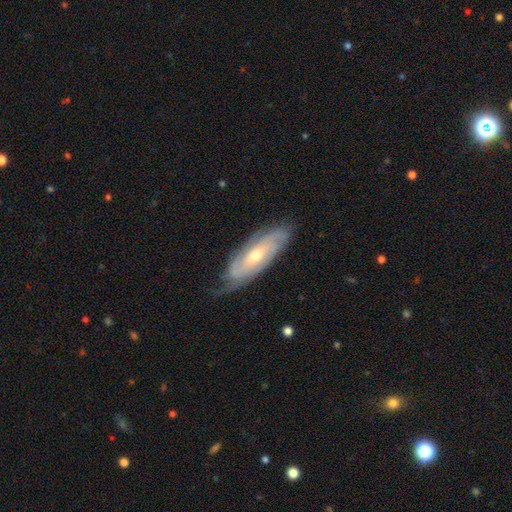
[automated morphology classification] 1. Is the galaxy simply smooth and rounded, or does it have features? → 80% featured or disk, 15% smooth, 5% star or artifact.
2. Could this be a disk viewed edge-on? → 85% no, 15% yes.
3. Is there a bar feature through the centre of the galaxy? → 62% no, 29% weak, 9% strong.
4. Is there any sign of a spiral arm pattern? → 94% yes, 6% no.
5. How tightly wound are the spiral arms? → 65% tight, 27% medium, 8% loose.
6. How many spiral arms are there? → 38% can't tell, 32% 2, 16% 3, 6% 4, 4% 1, 4% more than 4.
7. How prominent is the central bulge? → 54% moderate, 42% small, 2% large, 1% none, 1% dominant.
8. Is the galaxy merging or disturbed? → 69% none, 23% minor disturbance, 6% major disturbance, 1% merger.